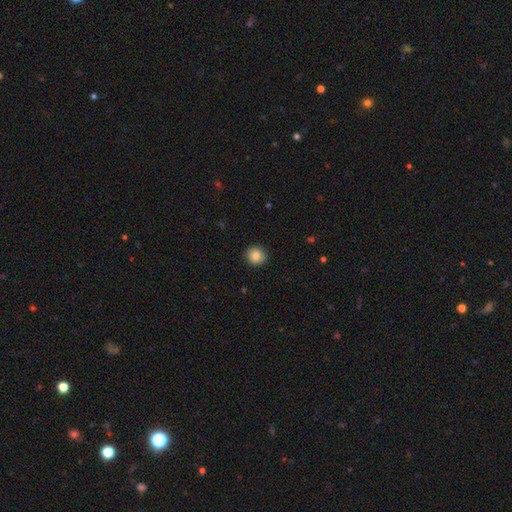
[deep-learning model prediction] The model was most divided on "smooth or featured": smooth: 81%, featured or disk: 11%, star or artifact: 9%. More confident: merging — none (87%); how rounded — round (87%).